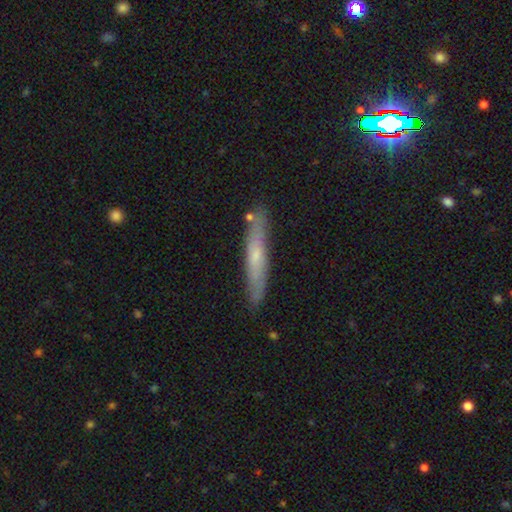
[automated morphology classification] Q: Smooth or featured?
A: smooth (51%); runner-up: featured or disk (43%)
Q: How rounded?
A: cigar-shaped (93%); runner-up: in between (6%)
Q: Merging?
A: none (84%); runner-up: minor disturbance (11%)